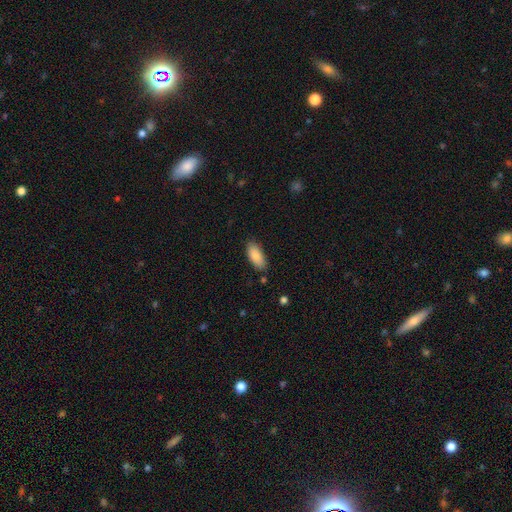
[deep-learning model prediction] This appears to be a smooth galaxy with no disk features (87%) that is in between round and cigar-shaped (86%). Merging: none (83%).